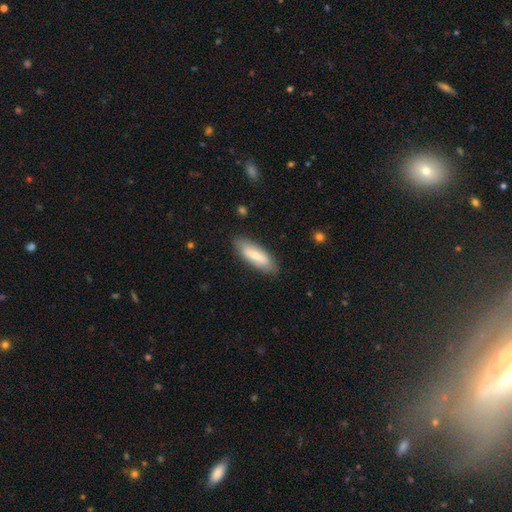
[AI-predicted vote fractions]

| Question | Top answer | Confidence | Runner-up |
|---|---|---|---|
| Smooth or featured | smooth | 76% | featured or disk (19%) |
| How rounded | in between | 53% | cigar-shaped (45%) |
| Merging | none | 85% | minor disturbance (11%) |